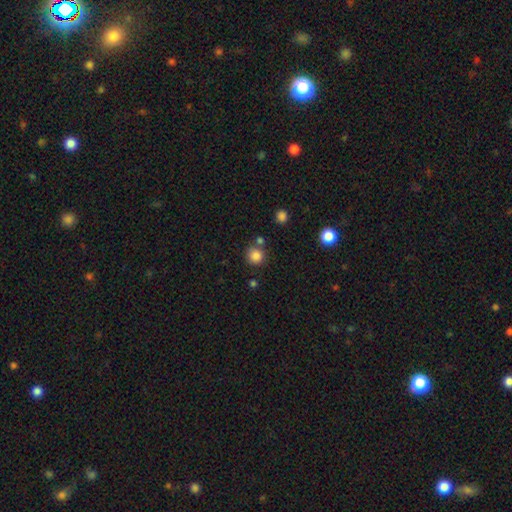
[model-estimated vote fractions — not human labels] Overall: smooth (84%). How rounded: round (92%). Merging: none (76%).